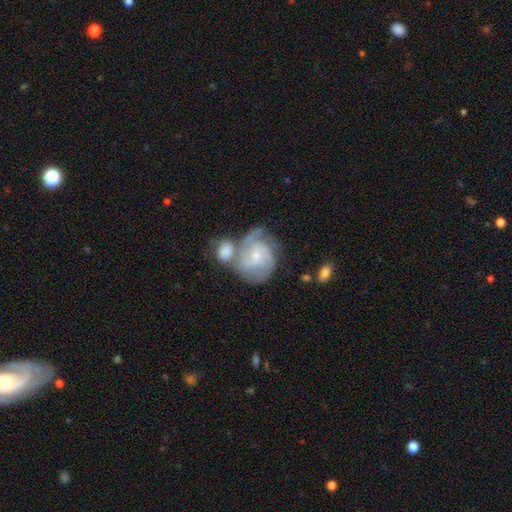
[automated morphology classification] Smooth or featured?
  - featured or disk: 84% *
  - smooth: 11%
  - star or artifact: 5%
Edge-on disk?
  - no: 98% *
  - yes: 2%
Bar?
  - no: 64% *
  - weak: 31%
  - strong: 6%
Spiral arms?
  - yes: 96% *
  - no: 4%
Spiral winding?
  - tight: 53% *
  - medium: 38%
  - loose: 9%
Spiral arm count?
  - 2: 38% *
  - 3: 29%
  - can't tell: 18%
  - 4: 6%
  - 1: 4%
  - more than 4: 4%
Bulge size?
  - small: 69% *
  - moderate: 26%
  - none: 2%
  - large: 1%
  - dominant: 1%
Merging?
  - none: 40% *
  - merger: 36%
  - minor disturbance: 16%
  - major disturbance: 9%